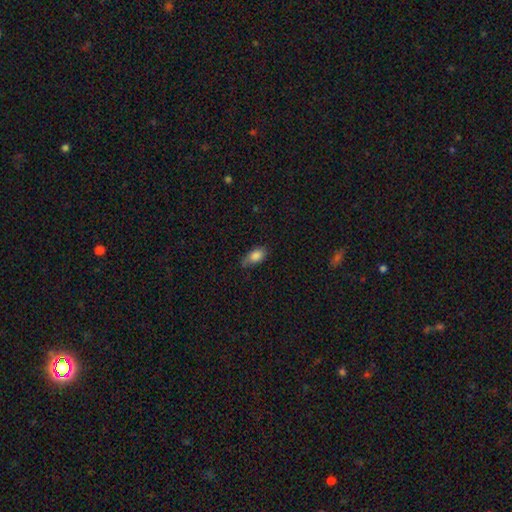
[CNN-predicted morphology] Smooth or featured? Predicted: smooth (p=0.85). How rounded? Predicted: in between (p=0.89). Merging? Predicted: none (p=0.58).